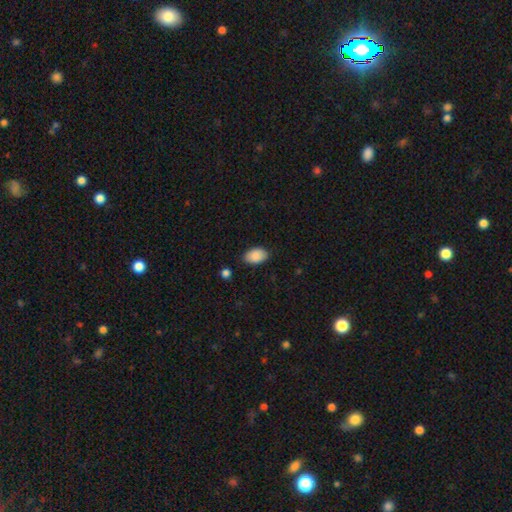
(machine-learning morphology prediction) Smooth or featured: smooth — 89% (star or artifact — 7%)
How rounded: in between — 92% (round — 7%)
Merging: none — 83% (minor disturbance — 12%)